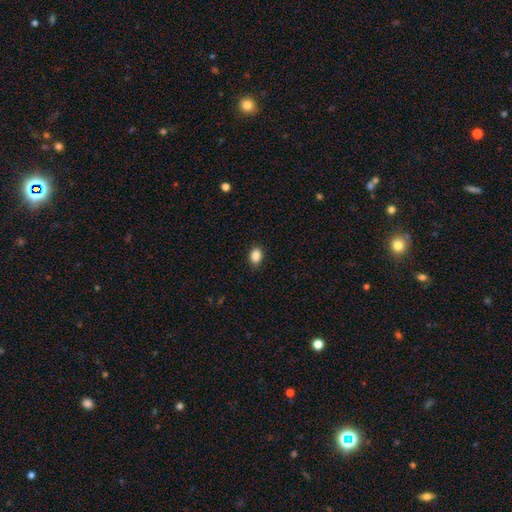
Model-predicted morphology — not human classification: smooth_or_featured: smooth (p=0.88) [alt: star or artifact p=0.09]
how_rounded: in between (p=0.70) [alt: round p=0.29]
merging: none (p=0.87) [alt: minor disturbance p=0.10]